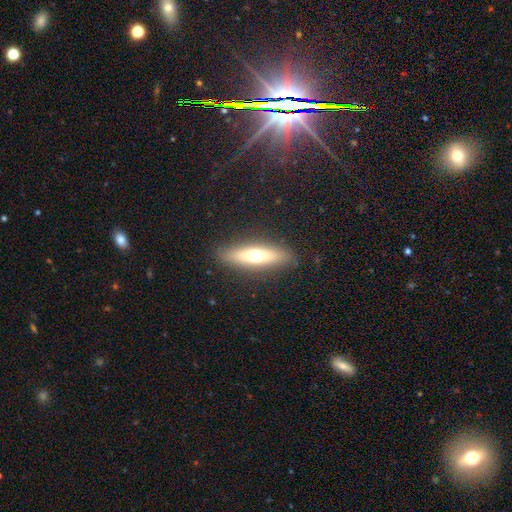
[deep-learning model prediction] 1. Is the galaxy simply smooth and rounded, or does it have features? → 50% smooth, 41% featured or disk, 8% star or artifact.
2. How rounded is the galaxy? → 65% cigar-shaped, 32% in between, 3% round.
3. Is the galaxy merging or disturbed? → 88% none, 8% minor disturbance, 3% major disturbance, 1% merger.